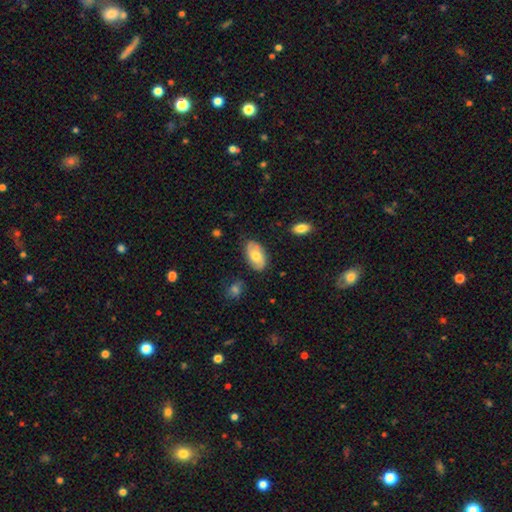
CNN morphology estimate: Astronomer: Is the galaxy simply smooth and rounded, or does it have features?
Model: smooth — 64%.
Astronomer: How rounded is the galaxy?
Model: in between — 94%.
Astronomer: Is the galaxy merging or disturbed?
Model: none — 79%.